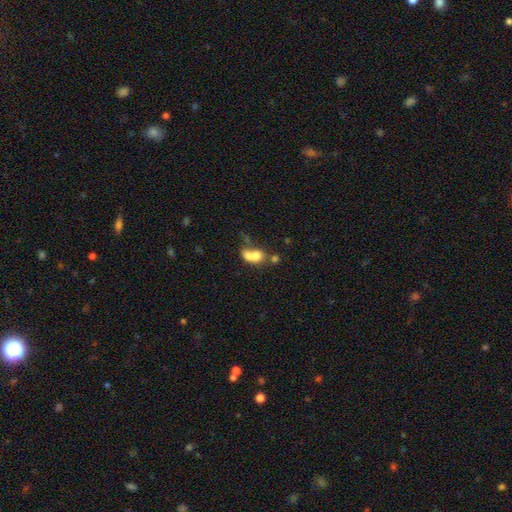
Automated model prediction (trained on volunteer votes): This appears to be a smooth galaxy with no disk features (67%) that is round (53%). Merging: merger (69%).